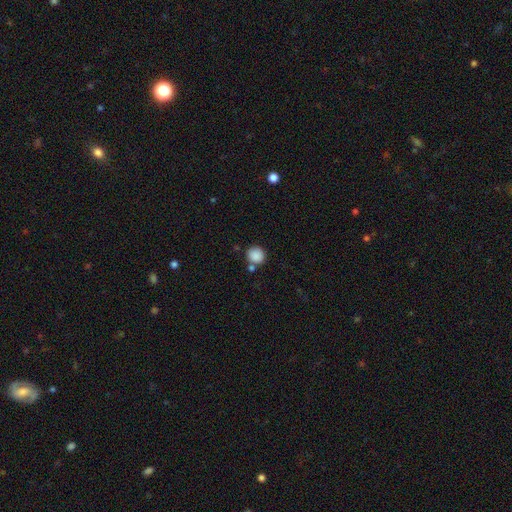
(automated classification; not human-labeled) A smooth galaxy with no disk features (87%) that is round (87%).

Vote fractions:
- Smooth or featured? smooth: 87% / star or artifact: 9% / featured or disk: 4%
- How rounded? round: 87% / in between: 12% / cigar-shaped: 1%
- Merging? none: 72% / merger: 14% / minor disturbance: 11% / major disturbance: 4%